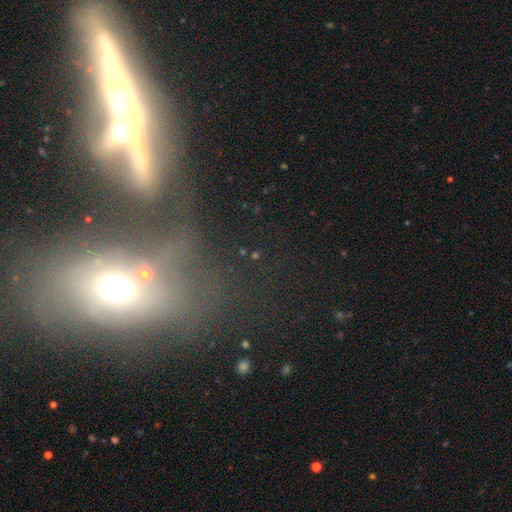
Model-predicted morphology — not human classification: A star or artifact, not a galaxy (52%).